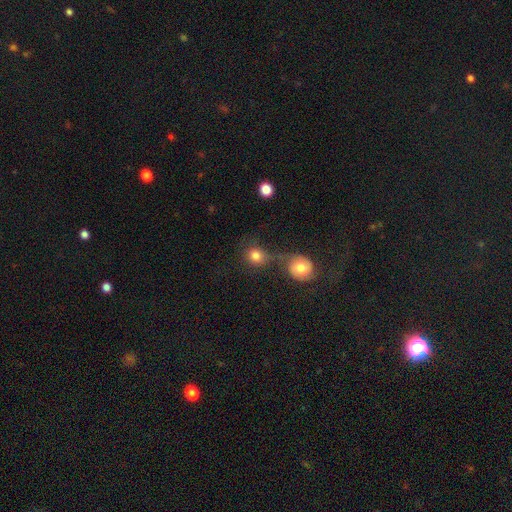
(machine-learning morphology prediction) Overall: smooth (80%). How rounded: round (84%). Merging: none (42%; merger 41%).